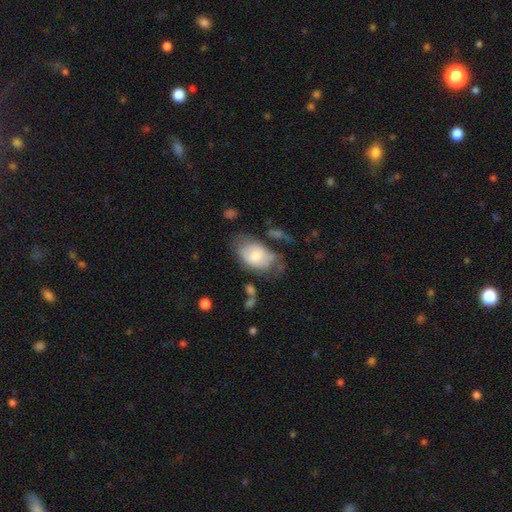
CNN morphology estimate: A smooth galaxy with no disk features (66%) that is in between round and cigar-shaped (86%).

Vote fractions:
- Smooth or featured? smooth: 66% / featured or disk: 27% / star or artifact: 7%
- How rounded? in between: 86% / round: 13% / cigar-shaped: 1%
- Merging? none: 36% / minor disturbance: 30% / major disturbance: 25% / merger: 9%